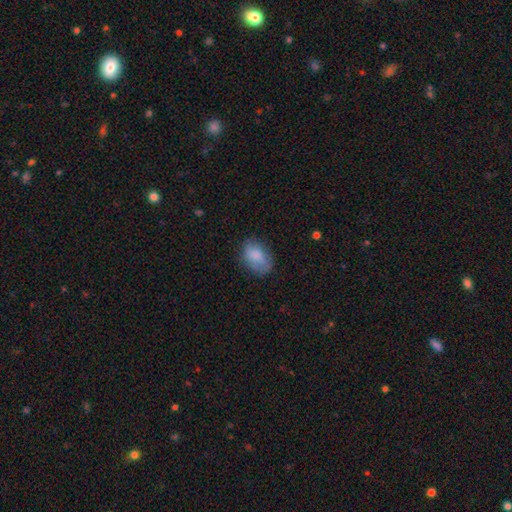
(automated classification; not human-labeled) Morphology: type=smooth (81%); roundness=in between (85%); merging=none (68%).